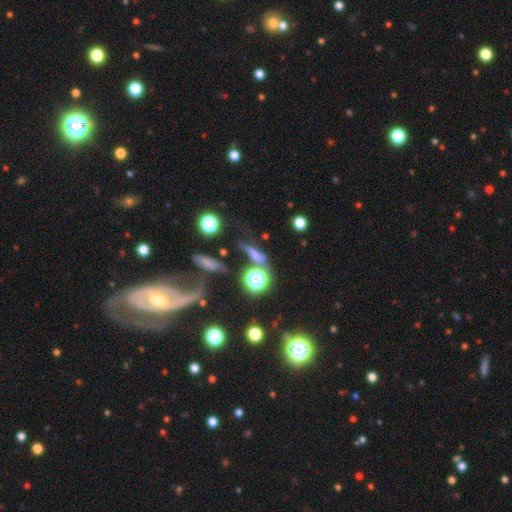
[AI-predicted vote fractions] A smooth galaxy with no disk features (47%). Merging: none (46%).